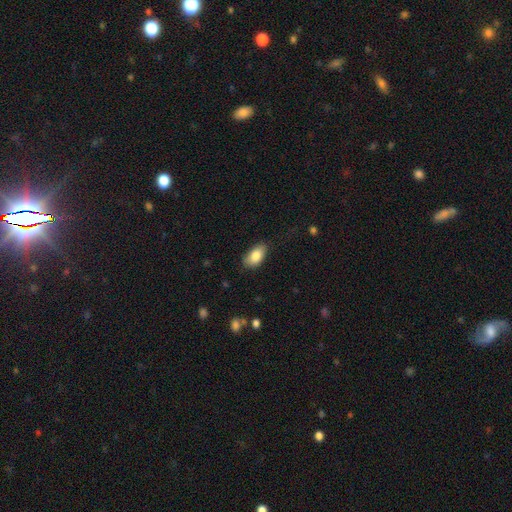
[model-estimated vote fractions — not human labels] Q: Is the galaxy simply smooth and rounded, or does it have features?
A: smooth — 85%.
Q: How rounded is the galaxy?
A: in between — 92%.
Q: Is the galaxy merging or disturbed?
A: none — 74%.